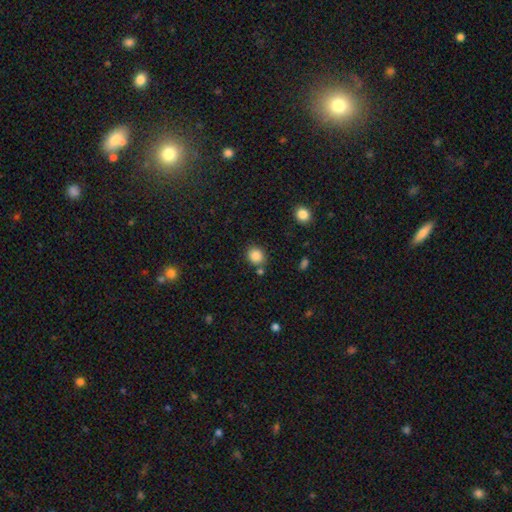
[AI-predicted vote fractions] Morphology: type=smooth (85%); roundness=round (81%); merging=none (79%).